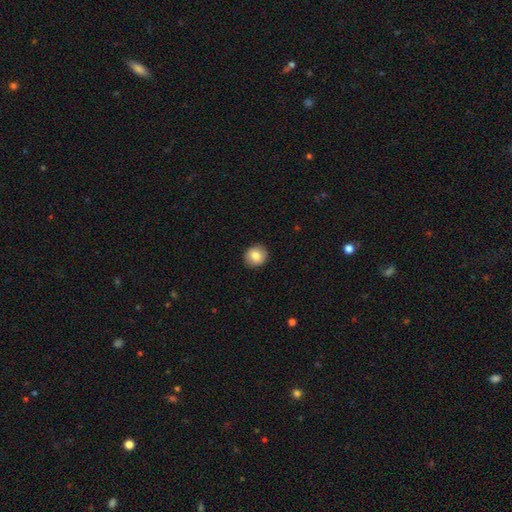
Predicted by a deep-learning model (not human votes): Morphology: type=smooth (82%); roundness=round (83%); merging=none (90%).